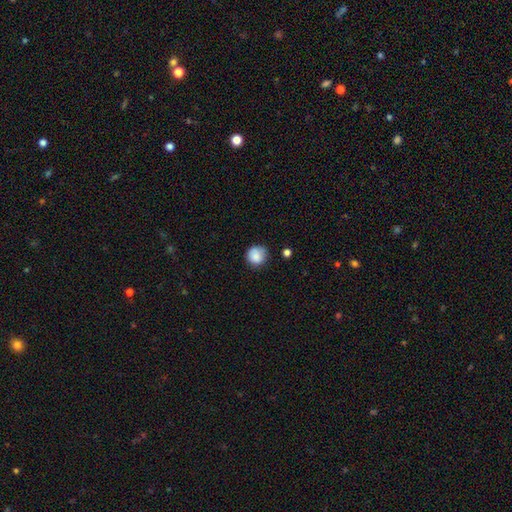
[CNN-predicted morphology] Overall: smooth (85%). How rounded: round (90%). Merging: none (68%).